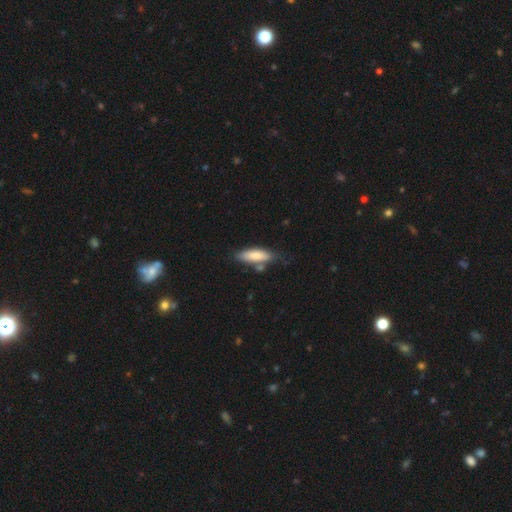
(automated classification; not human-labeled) Morphology: type=smooth (81%); roundness=in between (51%); merging=none (64%).